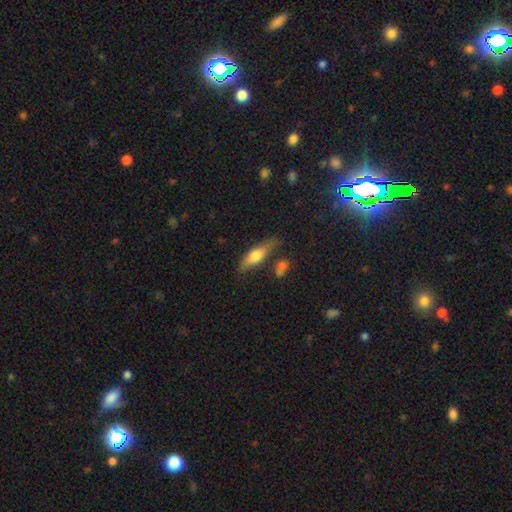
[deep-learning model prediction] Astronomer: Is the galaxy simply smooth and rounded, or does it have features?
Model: smooth — 62%.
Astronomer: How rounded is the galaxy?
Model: cigar-shaped — 52% (runner-up: in between, 45%).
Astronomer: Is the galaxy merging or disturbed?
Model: none — 67%.